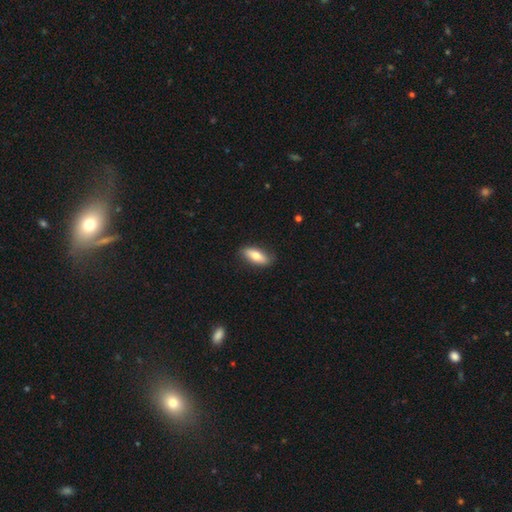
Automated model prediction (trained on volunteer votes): A smooth galaxy with no disk features (71%) that is in between round and cigar-shaped (71%). Merging: none (84%).